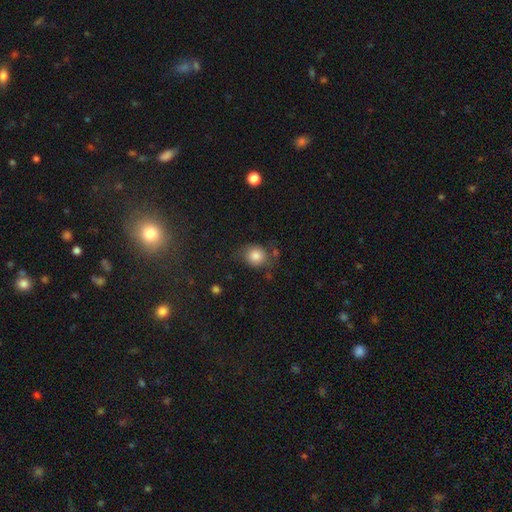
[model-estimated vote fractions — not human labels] A smooth galaxy with no disk features (82%) that is round (78%).

Vote fractions:
- Smooth or featured? smooth: 82% / star or artifact: 10% / featured or disk: 9%
- How rounded? round: 78% / in between: 21% / cigar-shaped: 1%
- Merging? none: 66% / minor disturbance: 21% / major disturbance: 9% / merger: 5%